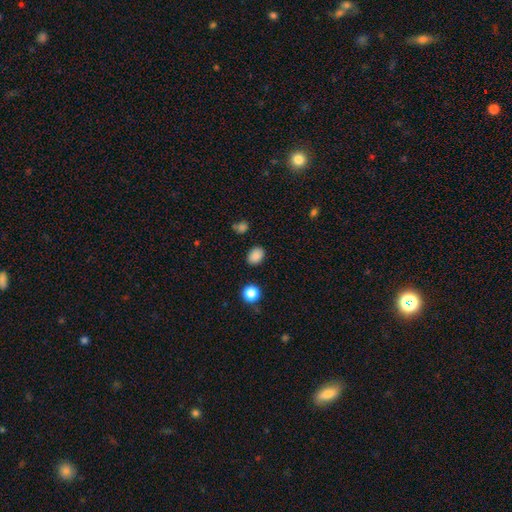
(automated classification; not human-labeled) Morphology: type=smooth (86%); roundness=in between (72%); merging=none (87%).